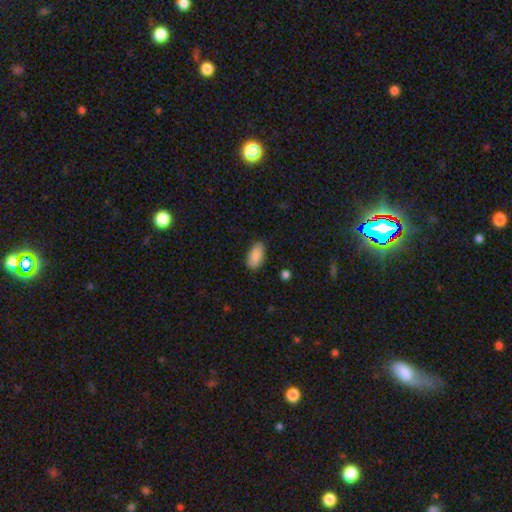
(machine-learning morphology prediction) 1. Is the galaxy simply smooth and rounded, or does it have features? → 89% smooth, 6% star or artifact, 5% featured or disk.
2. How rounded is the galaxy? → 93% in between, 4% cigar-shaped, 3% round.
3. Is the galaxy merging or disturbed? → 85% none, 11% minor disturbance, 2% major disturbance, 1% merger.